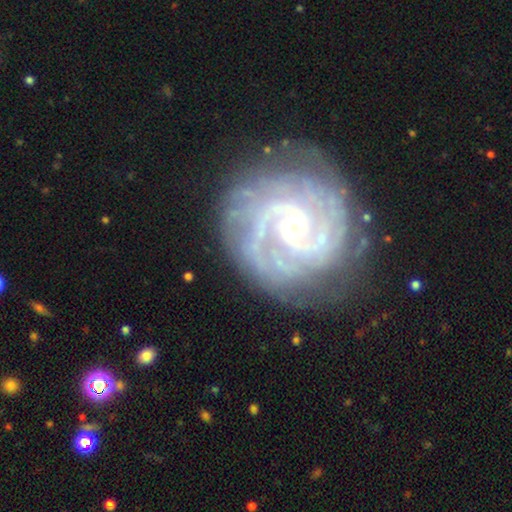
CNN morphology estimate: Smooth or featured?
  - featured or disk: 90% *
  - star or artifact: 6%
  - smooth: 4%
Edge-on disk?
  - no: 98% *
  - yes: 2%
Bar?
  - no: 59% *
  - weak: 31%
  - strong: 11%
Spiral arms?
  - yes: 98% *
  - no: 2%
Spiral winding?
  - tight: 74% *
  - medium: 22%
  - loose: 3%
Spiral arm count?
  - 2: 38% *
  - 3: 19%
  - can't tell: 17%
  - 4: 11%
  - more than 4: 8%
  - 1: 7%
Bulge size?
  - small: 75% *
  - moderate: 22%
  - none: 1%
  - large: 1%
  - dominant: 1%
Merging?
  - none: 80% *
  - minor disturbance: 14%
  - major disturbance: 5%
  - merger: 1%